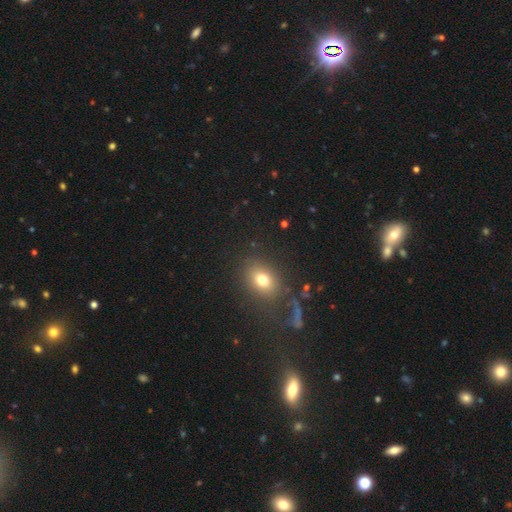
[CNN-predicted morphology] smooth-or-featured: smooth: 55% | star or artifact: 36% | featured or disk: 9%
  how-rounded: round: 67% | in between: 31% | cigar-shaped: 2%
  merging: none: 73% | minor disturbance: 12% | merger: 9% | major disturbance: 6%